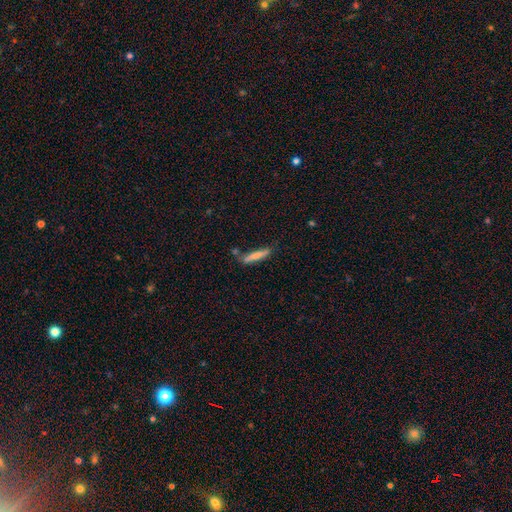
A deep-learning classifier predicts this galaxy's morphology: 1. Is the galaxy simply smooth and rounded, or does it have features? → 72% smooth, 21% featured or disk, 7% star or artifact.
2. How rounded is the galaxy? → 89% cigar-shaped, 10% in between, 1% round.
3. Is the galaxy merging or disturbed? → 67% none, 18% minor disturbance, 10% merger, 5% major disturbance.